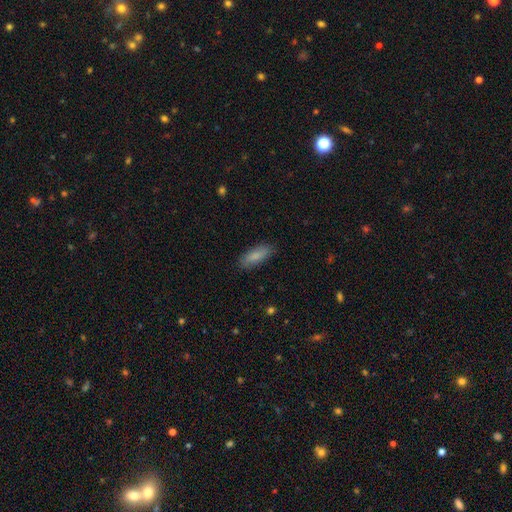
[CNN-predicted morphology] smooth 86%, featured or disk 8%, star or artifact 6%. Down the decision tree: how rounded — in between (68%); merging — none (86%).